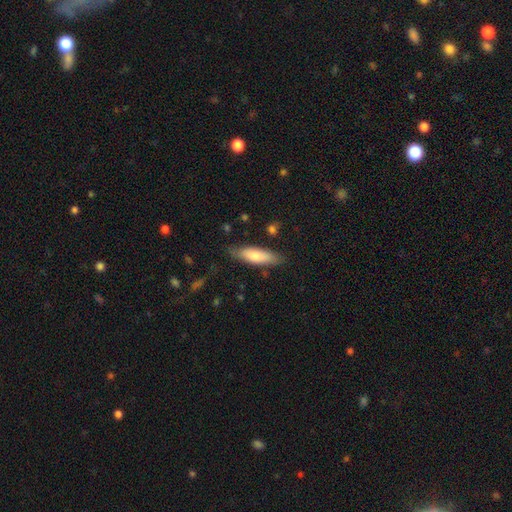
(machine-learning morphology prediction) Smooth or featured: smooth — 74% (featured or disk — 20%)
How rounded: cigar-shaped — 54% (in between — 45%)
Merging: none — 76% (minor disturbance — 18%)